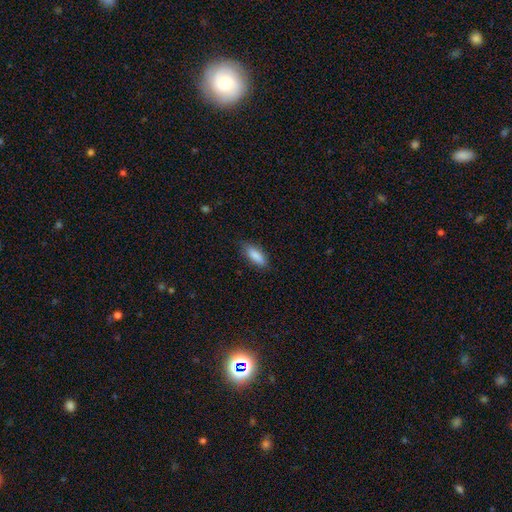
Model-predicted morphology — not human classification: A smooth galaxy with no disk features (87%) that is in between round and cigar-shaped (66%).

Vote fractions:
- Smooth or featured? smooth: 87% / featured or disk: 7% / star or artifact: 7%
- How rounded? in between: 66% / cigar-shaped: 32% / round: 2%
- Merging? none: 80% / minor disturbance: 16% / major disturbance: 3% / merger: 1%